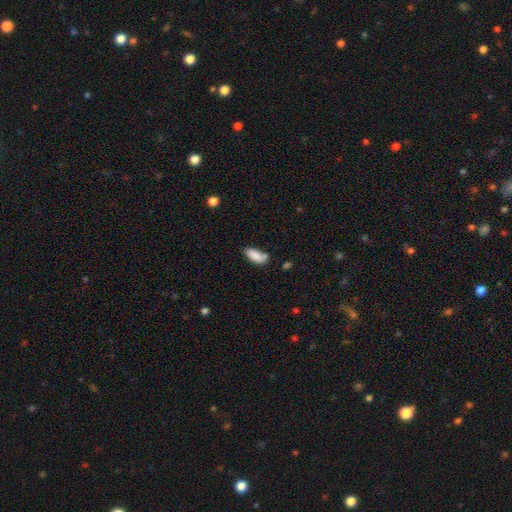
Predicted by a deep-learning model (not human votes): Q: Smooth or featured?
A: smooth (85%); runner-up: star or artifact (8%)
Q: How rounded?
A: in between (80%); runner-up: cigar-shaped (18%)
Q: Merging?
A: none (60%); runner-up: minor disturbance (24%)